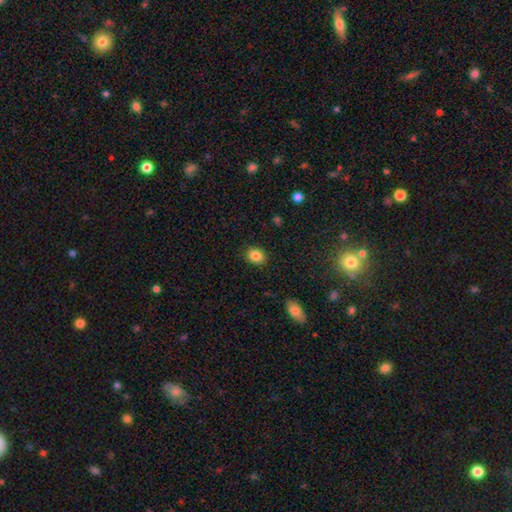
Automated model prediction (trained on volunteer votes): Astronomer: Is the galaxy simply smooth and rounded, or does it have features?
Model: smooth — 85%.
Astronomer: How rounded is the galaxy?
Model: round — 58% (runner-up: in between, 42%).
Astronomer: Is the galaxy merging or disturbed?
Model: none — 89%.